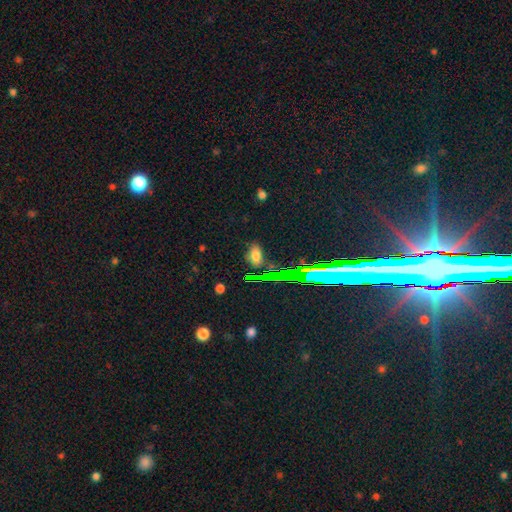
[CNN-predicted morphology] smooth_or_featured: smooth (p=0.71) [alt: star or artifact p=0.21]
how_rounded: in between (p=0.86) [alt: round p=0.09]
merging: none (p=0.75) [alt: minor disturbance p=0.17]